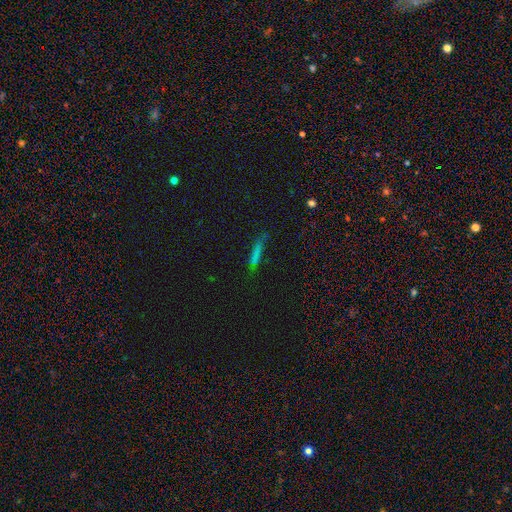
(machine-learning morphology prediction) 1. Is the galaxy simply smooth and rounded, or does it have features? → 67% smooth, 19% featured or disk, 14% star or artifact.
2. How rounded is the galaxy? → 91% cigar-shaped, 7% in between, 2% round.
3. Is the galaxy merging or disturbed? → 73% none, 19% minor disturbance, 6% major disturbance, 2% merger.